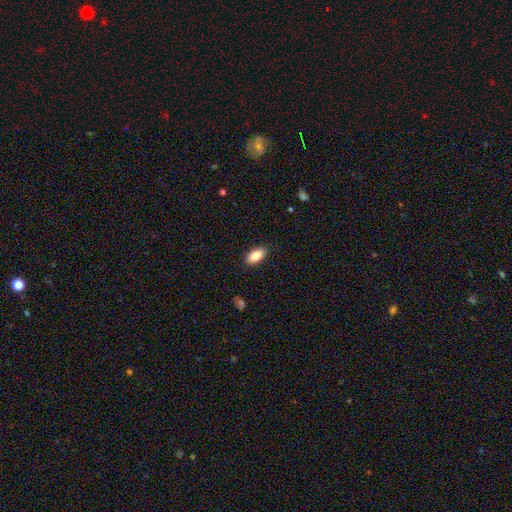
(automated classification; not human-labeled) Overall: smooth (85%). How rounded: in between (91%). Merging: none (88%).